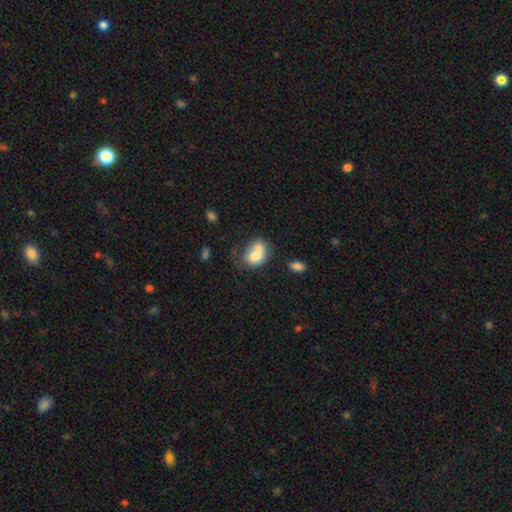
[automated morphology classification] smooth-or-featured: smooth: 69% | featured or disk: 23% | star or artifact: 9%
  how-rounded: in between: 54% | round: 45% | cigar-shaped: 1%
  merging: merger: 54% | none: 28% | minor disturbance: 12% | major disturbance: 6%